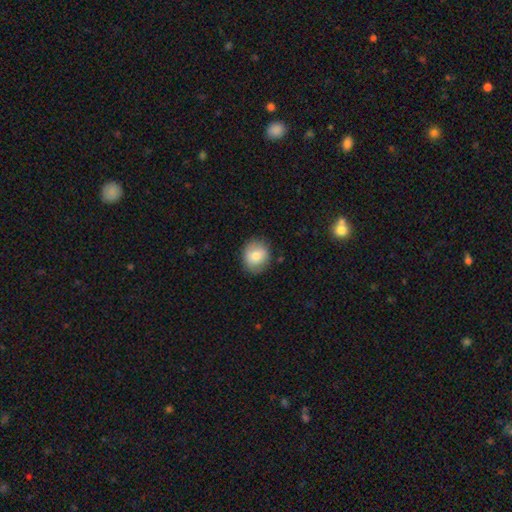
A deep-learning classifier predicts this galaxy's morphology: type=smooth (79%); roundness=round (74%); merging=none (84%).